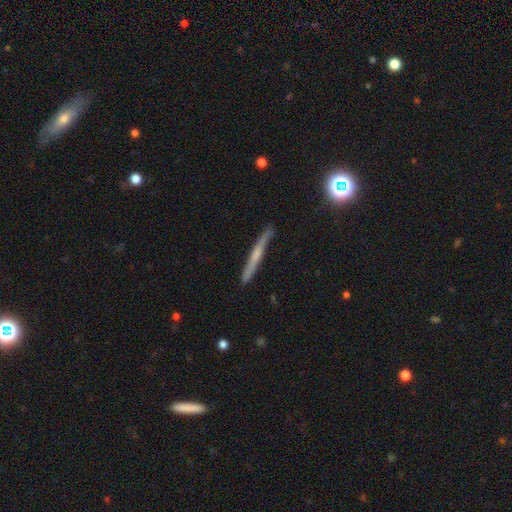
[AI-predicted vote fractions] A featured or disk galaxy (57%) viewed edge-on (95%) with no central bulge (54%).

Vote fractions:
- Smooth or featured? featured or disk: 57% / smooth: 35% / star or artifact: 8%
- Edge-on disk? yes: 95% / no: 5%
- Edge-on bulge? none: 54% / rounded: 35% / boxy: 11%
- Merging? none: 83% / minor disturbance: 13% / major disturbance: 2% / merger: 2%